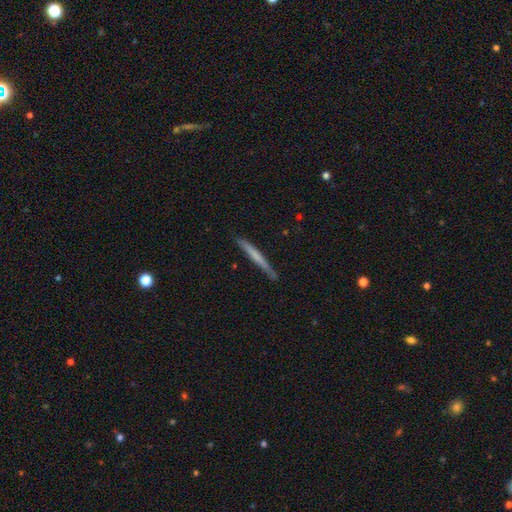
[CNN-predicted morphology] Smooth or featured? Predicted: smooth (p=0.55). How rounded? Predicted: cigar-shaped (p=0.97). Merging? Predicted: none (p=0.85).